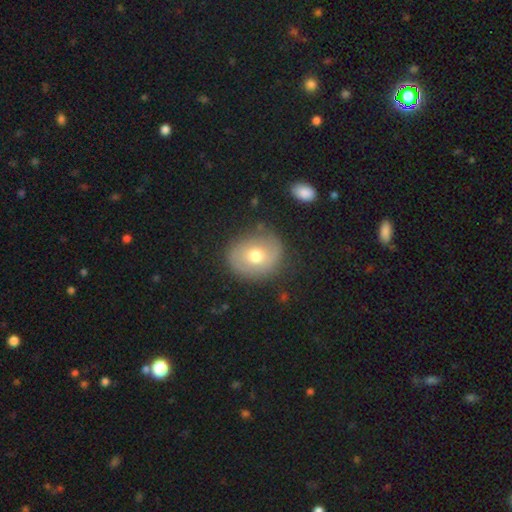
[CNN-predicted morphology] Q: Smooth or featured?
A: smooth (61%); runner-up: featured or disk (30%)
Q: How rounded?
A: round (71%); runner-up: in between (28%)
Q: Merging?
A: none (80%); runner-up: minor disturbance (14%)